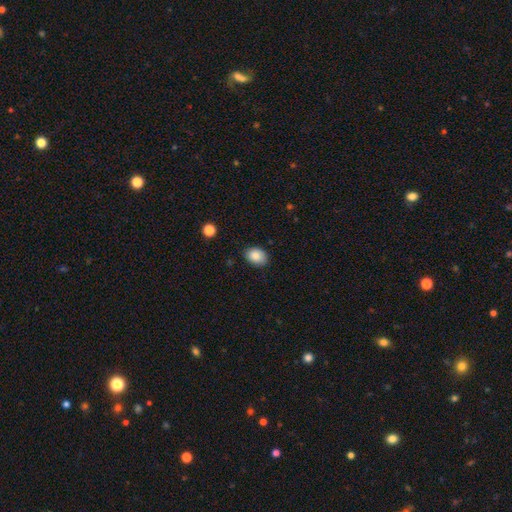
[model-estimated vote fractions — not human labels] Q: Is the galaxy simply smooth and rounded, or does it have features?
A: smooth — 86%.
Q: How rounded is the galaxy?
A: in between — 73%.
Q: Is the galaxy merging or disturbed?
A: none — 84%.